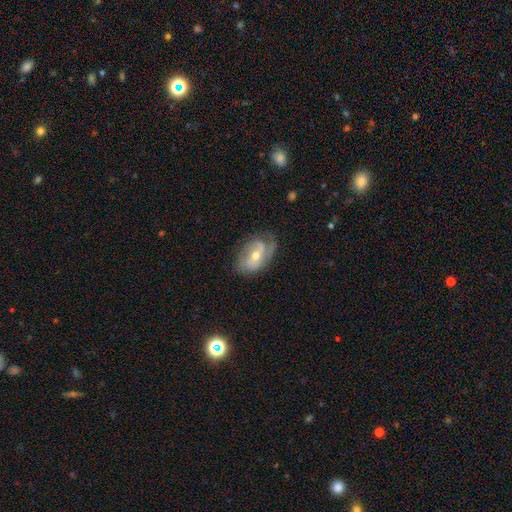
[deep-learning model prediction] smooth_or_featured: featured or disk (p=0.63) [alt: smooth p=0.30]
disk_edge_on: no (p=0.94) [alt: yes p=0.06]
bar: no (p=0.49) [alt: weak p=0.36]
has_spiral_arms: yes (p=0.75) [alt: no p=0.25]
bulge_size: moderate (p=0.65) [alt: small p=0.31]
merging: none (p=0.55) [alt: minor disturbance p=0.29]